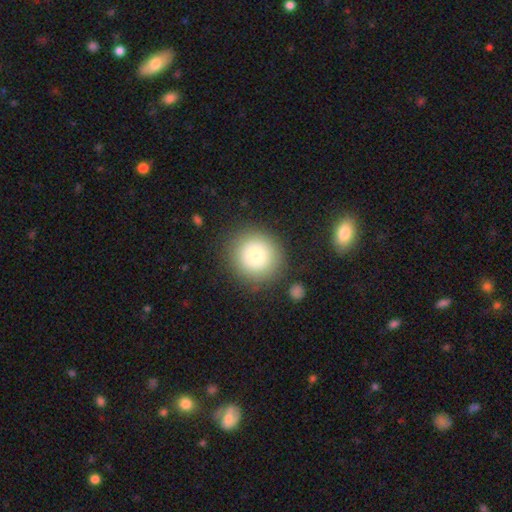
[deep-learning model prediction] Smooth or featured?
  - smooth: 75% *
  - featured or disk: 14%
  - star or artifact: 11%
How rounded?
  - round: 94% *
  - in between: 5%
  - cigar-shaped: 1%
Merging?
  - none: 84% *
  - minor disturbance: 9%
  - major disturbance: 4%
  - merger: 3%